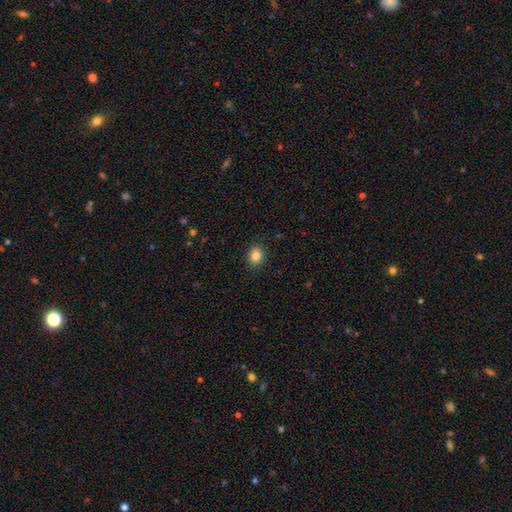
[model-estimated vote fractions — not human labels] Q: Smooth or featured?
A: smooth (84%); runner-up: star or artifact (11%)
Q: How rounded?
A: round (62%); runner-up: in between (38%)
Q: Merging?
A: none (90%); runner-up: minor disturbance (7%)